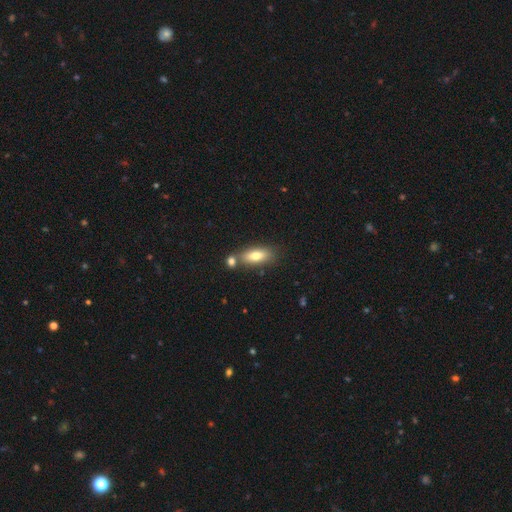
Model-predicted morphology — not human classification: A smooth galaxy with no disk features (76%) that is in between round and cigar-shaped (77%). Merging: none (60%).